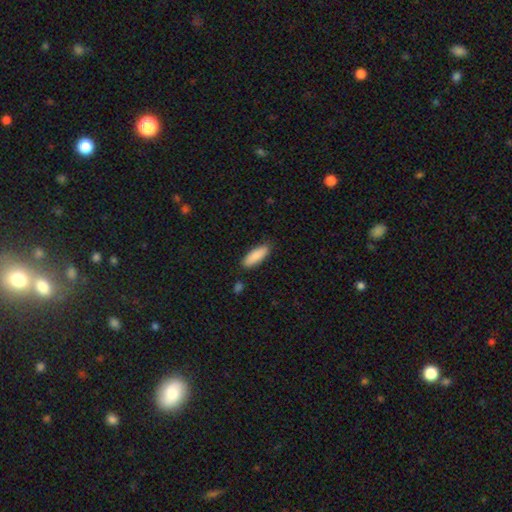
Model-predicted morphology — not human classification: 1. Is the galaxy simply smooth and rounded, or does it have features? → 89% smooth, 6% star or artifact, 5% featured or disk.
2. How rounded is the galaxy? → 62% in between, 36% cigar-shaped, 2% round.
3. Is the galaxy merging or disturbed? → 84% none, 11% minor disturbance, 2% major disturbance, 2% merger.